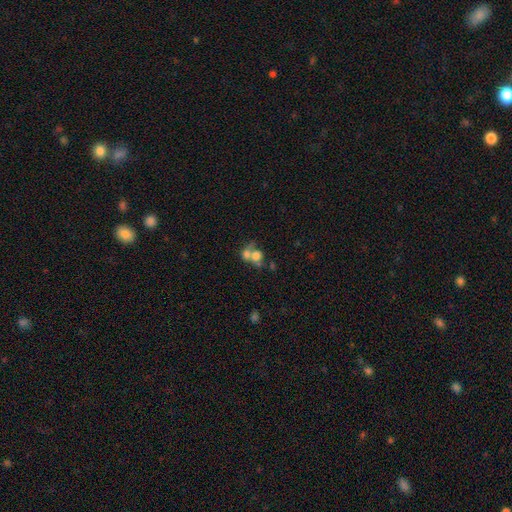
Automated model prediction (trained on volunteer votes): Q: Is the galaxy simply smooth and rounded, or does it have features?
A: smooth — 66%.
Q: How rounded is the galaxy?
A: round — 64%.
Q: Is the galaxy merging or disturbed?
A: merger — 64%.